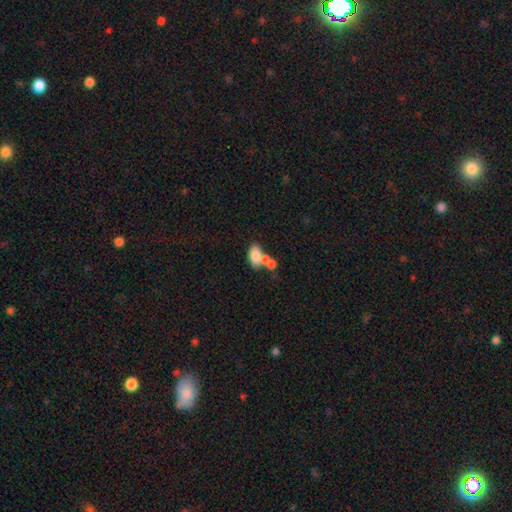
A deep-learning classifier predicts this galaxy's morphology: smooth_or_featured: smooth (p=0.74) [alt: featured or disk p=0.17]
how_rounded: in between (p=0.89) [alt: round p=0.09]
merging: merger (p=0.50) [alt: none p=0.31]